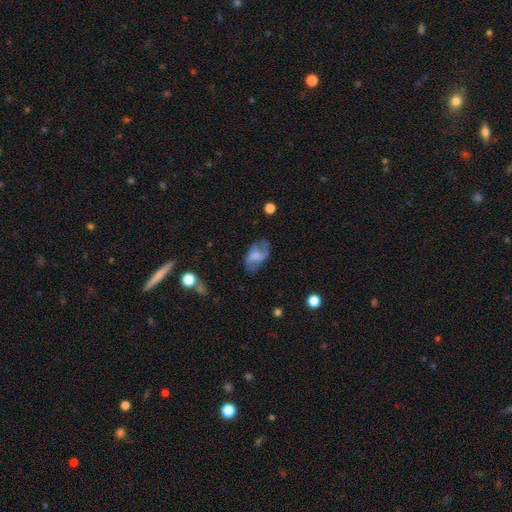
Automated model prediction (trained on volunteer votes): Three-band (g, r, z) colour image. It shows a featured or disk galaxy (51%). Merging: none (65%).